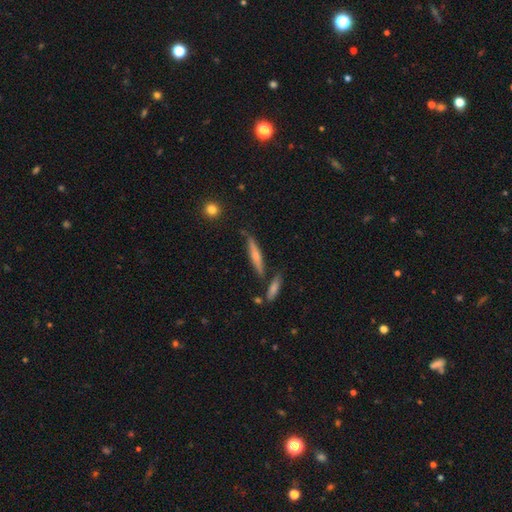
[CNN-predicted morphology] This is possibly a smooth galaxy (53%). How rounded: clearly cigar-shaped (88%). Merging: likely none (74%).